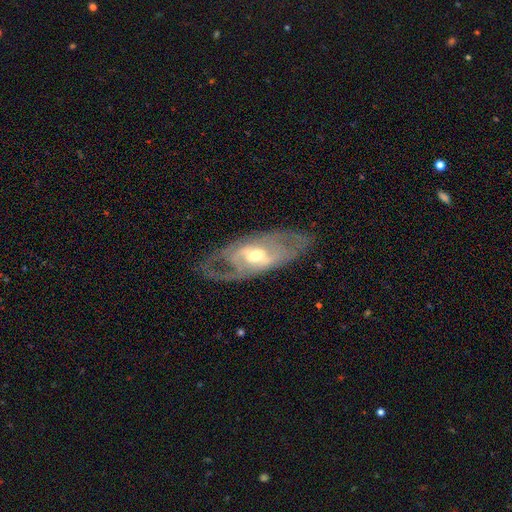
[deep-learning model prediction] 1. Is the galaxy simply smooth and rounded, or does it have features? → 78% featured or disk, 17% smooth, 6% star or artifact.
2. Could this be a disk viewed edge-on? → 85% no, 15% yes.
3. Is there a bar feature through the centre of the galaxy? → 40% weak, 31% no, 28% strong.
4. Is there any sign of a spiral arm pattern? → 66% yes, 34% no.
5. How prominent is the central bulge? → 64% moderate, 27% small, 7% large, 1% none, 1% dominant.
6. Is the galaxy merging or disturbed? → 70% none, 17% minor disturbance, 11% major disturbance, 1% merger.